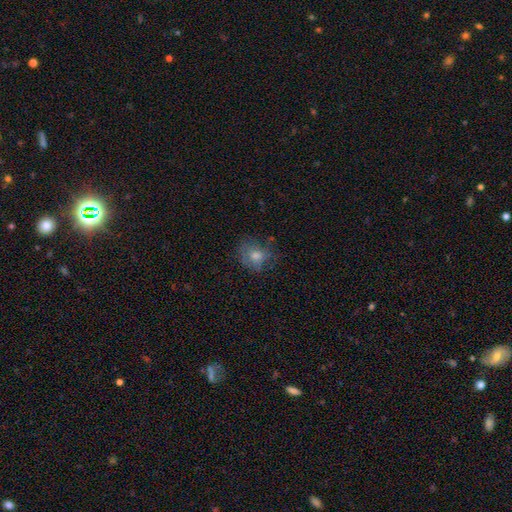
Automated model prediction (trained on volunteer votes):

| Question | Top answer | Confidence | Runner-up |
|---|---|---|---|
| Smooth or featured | smooth | 62% | featured or disk (23%) |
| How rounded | round | 64% | in between (35%) |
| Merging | none | 62% | minor disturbance (24%) |